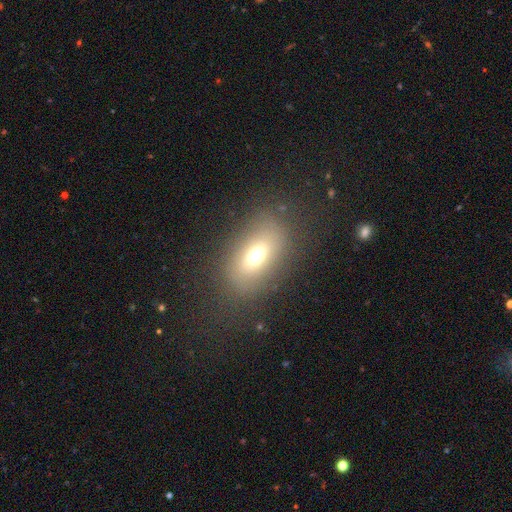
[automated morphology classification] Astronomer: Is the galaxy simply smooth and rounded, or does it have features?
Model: smooth — 64%.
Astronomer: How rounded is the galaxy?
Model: in between — 80%.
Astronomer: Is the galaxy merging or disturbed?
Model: none — 76%.